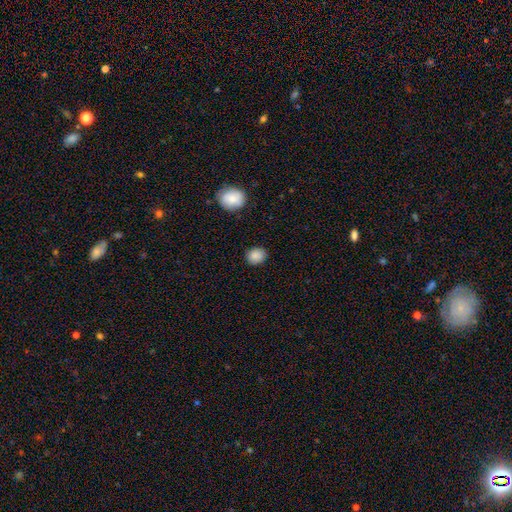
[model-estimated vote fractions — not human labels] smooth_or_featured: smooth (p=0.87) [alt: star or artifact p=0.09]
how_rounded: round (p=0.70) [alt: in between p=0.29]
merging: none (p=0.87) [alt: minor disturbance p=0.09]